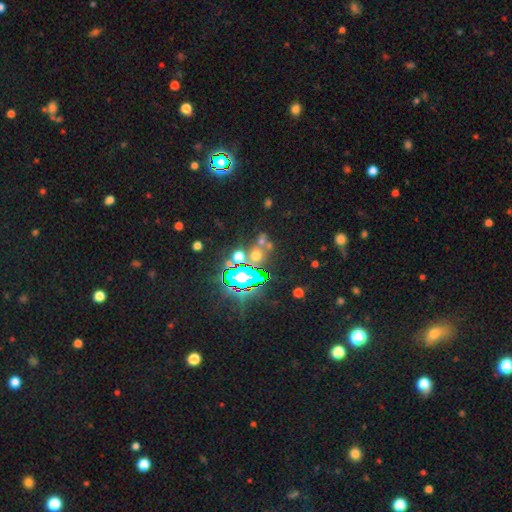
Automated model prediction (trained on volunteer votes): This is possibly a star or artifact rather than a galaxy (50%).